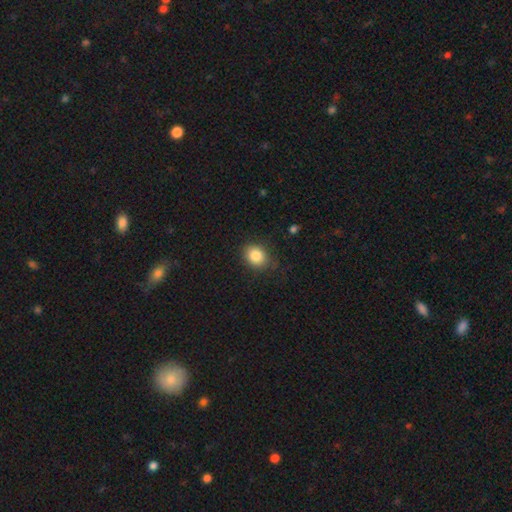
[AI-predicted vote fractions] Overall: smooth (85%). How rounded: round (60%; in between 39%). Merging: none (82%).